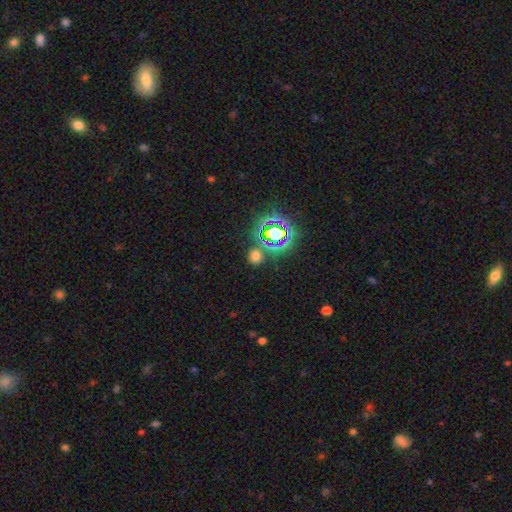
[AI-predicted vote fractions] Smooth or featured? Predicted: smooth (p=0.57). How rounded? Predicted: round (p=0.84). Merging? Predicted: none (p=0.80).